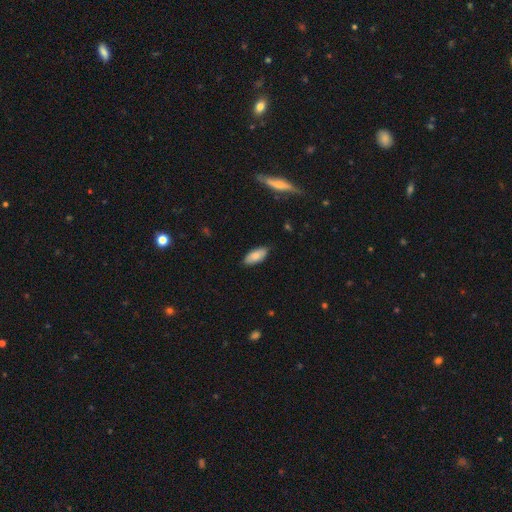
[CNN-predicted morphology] Smooth or featured: smooth — 82% (featured or disk — 12%)
How rounded: in between — 88% (cigar-shaped — 10%)
Merging: none — 85% (minor disturbance — 12%)